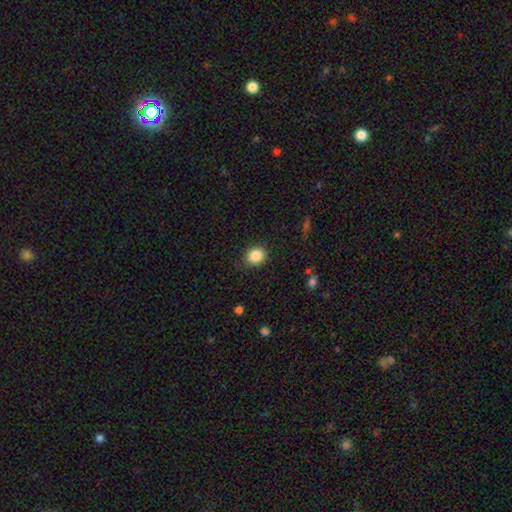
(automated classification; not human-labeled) Q: Smooth or featured?
A: smooth (86%); runner-up: star or artifact (9%)
Q: How rounded?
A: round (72%); runner-up: in between (27%)
Q: Merging?
A: none (87%); runner-up: minor disturbance (9%)